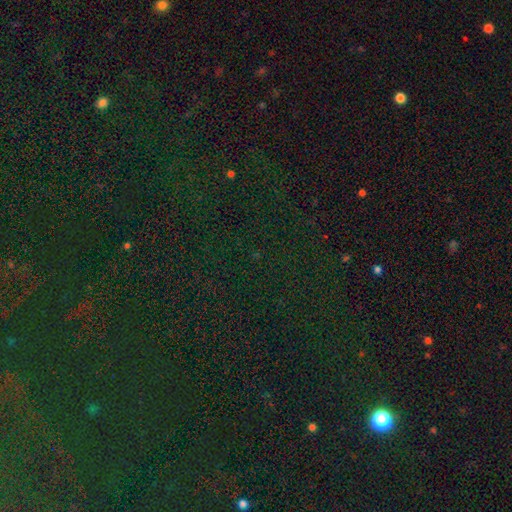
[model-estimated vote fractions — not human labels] A star or artifact, not a galaxy (81%).